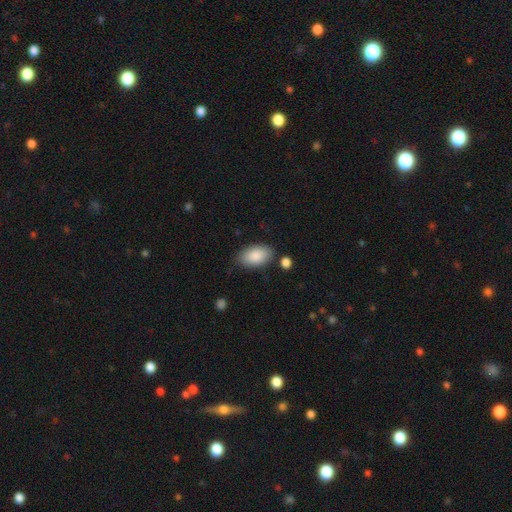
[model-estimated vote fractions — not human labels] Q: Smooth or featured?
A: smooth (87%); runner-up: featured or disk (6%)
Q: How rounded?
A: in between (94%); runner-up: round (4%)
Q: Merging?
A: none (79%); runner-up: minor disturbance (14%)